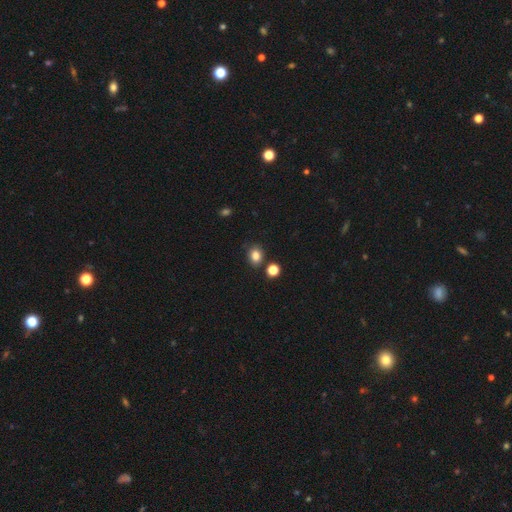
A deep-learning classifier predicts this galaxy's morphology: Overall: smooth (82%). How rounded: round (57%; in between 42%). Merging: none (78%).